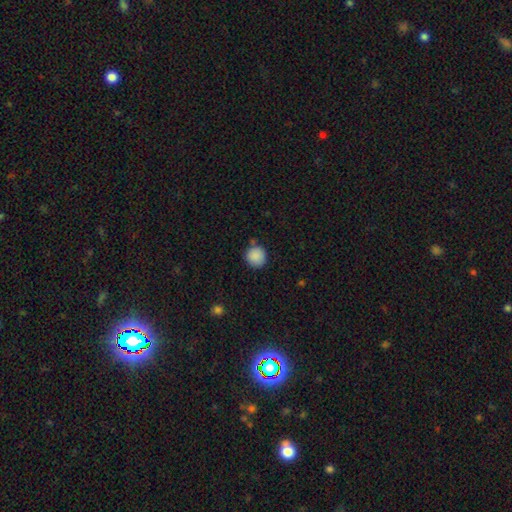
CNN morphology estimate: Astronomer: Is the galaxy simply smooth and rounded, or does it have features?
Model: smooth — 88%.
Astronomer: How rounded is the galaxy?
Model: round — 93%.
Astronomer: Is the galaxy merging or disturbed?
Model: none — 79%.